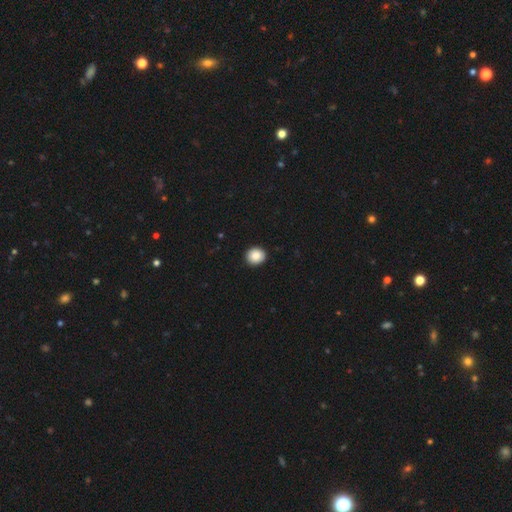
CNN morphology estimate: type=smooth (88%); roundness=round (85%); merging=none (92%).